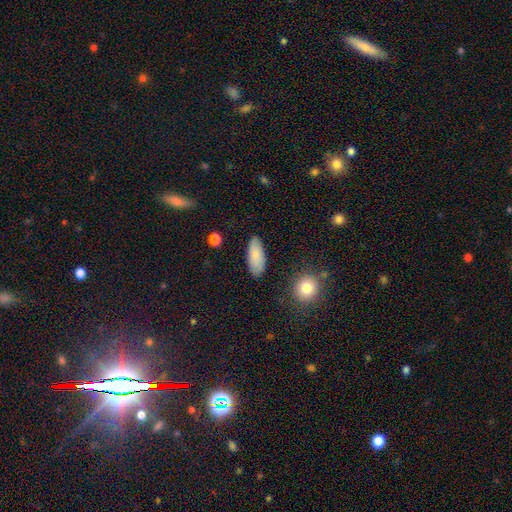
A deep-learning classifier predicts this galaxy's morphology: type=smooth (85%); roundness=in between (82%); merging=none (84%).